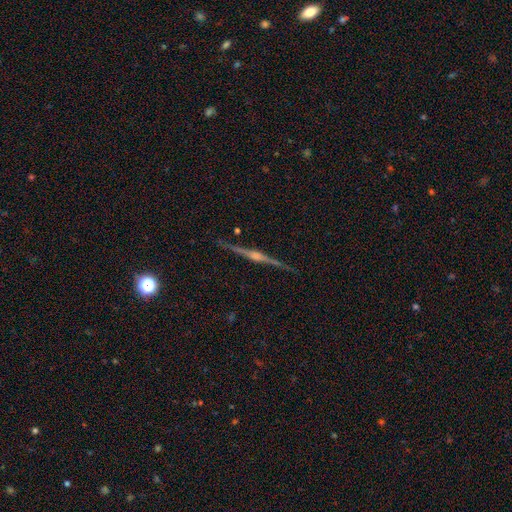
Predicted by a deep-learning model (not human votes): Q: Smooth or featured?
A: featured or disk (87%); runner-up: smooth (6%)
Q: Edge-on disk?
A: yes (99%); runner-up: no (1%)
Q: Edge-on bulge?
A: rounded (85%); runner-up: boxy (8%)
Q: Merging?
A: none (92%); runner-up: minor disturbance (6%)